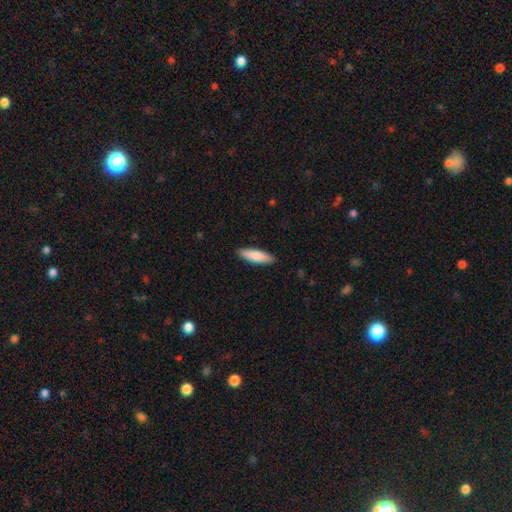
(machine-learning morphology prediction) smooth 81%, featured or disk 14%, star or artifact 5%. Down the decision tree: how rounded — cigar-shaped (62%); merging — none (90%).